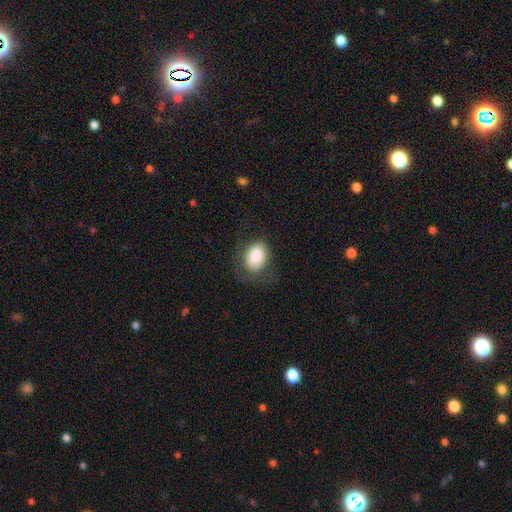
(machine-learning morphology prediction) smooth_or_featured: smooth (p=0.80) [alt: featured or disk p=0.13]
how_rounded: in between (p=0.77) [alt: round p=0.22]
merging: none (p=0.64) [alt: minor disturbance p=0.21]